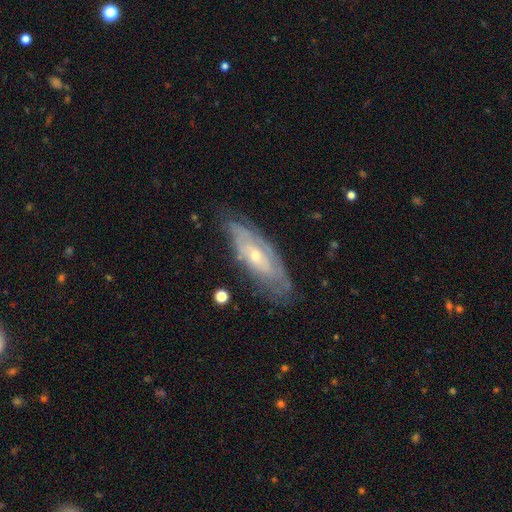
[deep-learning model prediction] Smooth or featured? Predicted: featured or disk (p=0.74). Edge-on disk? Predicted: no (p=0.78). Bar? Predicted: no (p=0.72). Spiral arms? Predicted: yes (p=0.75). Bulge size? Predicted: small (p=0.60). Merging? Predicted: none (p=0.68).